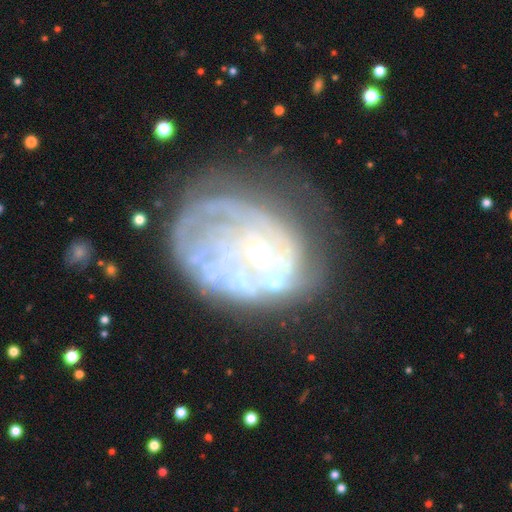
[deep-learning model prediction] This appears to be a featured or disk galaxy (72%) with no bar (84%), spiral arms (57%) and a small central bulge (67%). Merging: none (39%).